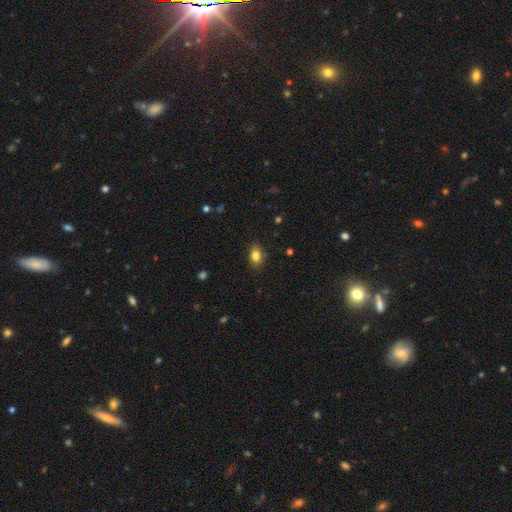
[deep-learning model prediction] smooth_or_featured: smooth (p=0.84) [alt: star or artifact p=0.09]
how_rounded: in between (p=0.81) [alt: round p=0.17]
merging: none (p=0.86) [alt: minor disturbance p=0.11]